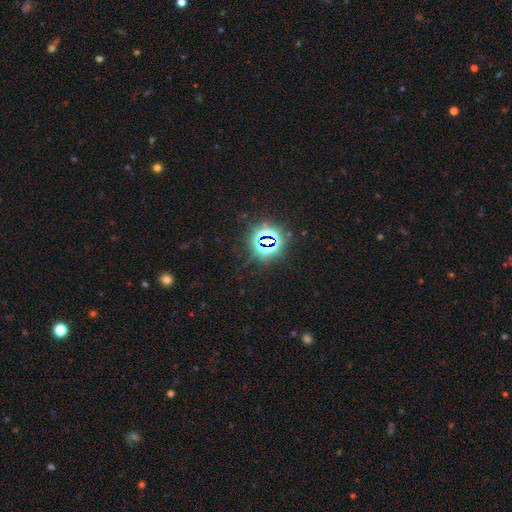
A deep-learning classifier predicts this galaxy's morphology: smooth_or_featured: star or artifact (p=0.81) [alt: smooth p=0.12]